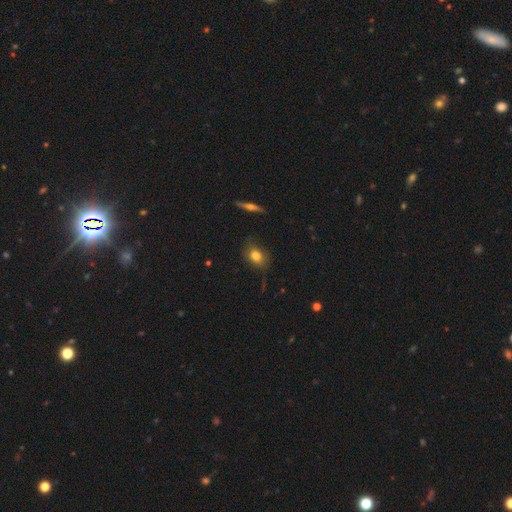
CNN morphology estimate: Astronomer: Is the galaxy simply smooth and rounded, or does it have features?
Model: smooth — 78%.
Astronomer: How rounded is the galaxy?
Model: in between — 70%.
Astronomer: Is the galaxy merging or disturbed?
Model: none — 73%.